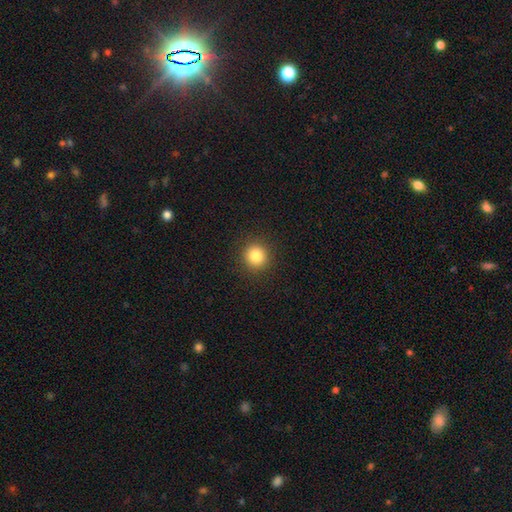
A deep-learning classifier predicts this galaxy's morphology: smooth 83%, star or artifact 11%, featured or disk 5%. Down the decision tree: how rounded — round (93%); merging — none (92%).